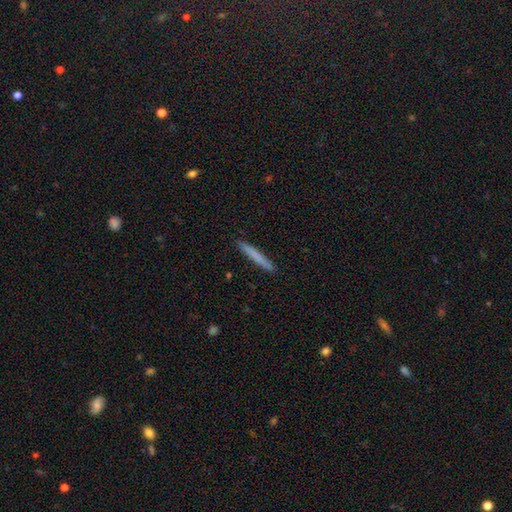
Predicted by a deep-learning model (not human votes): Morphology: type=smooth (74%); roundness=cigar-shaped (97%); merging=none (92%).